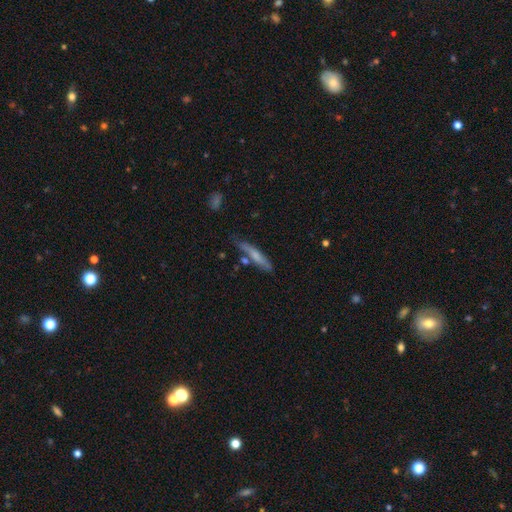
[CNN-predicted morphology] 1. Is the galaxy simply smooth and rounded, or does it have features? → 61% smooth, 32% featured or disk, 7% star or artifact.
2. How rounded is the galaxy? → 88% cigar-shaped, 11% in between, 2% round.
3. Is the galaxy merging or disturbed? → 63% none, 22% minor disturbance, 9% merger, 6% major disturbance.